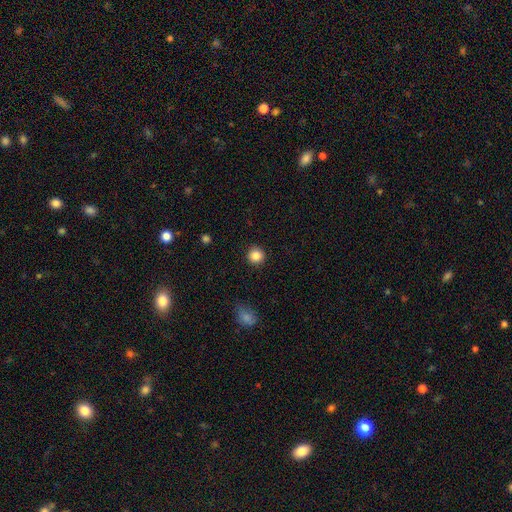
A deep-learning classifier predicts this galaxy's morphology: A smooth galaxy with no disk features (86%) that is round (94%). Merging: none (91%).